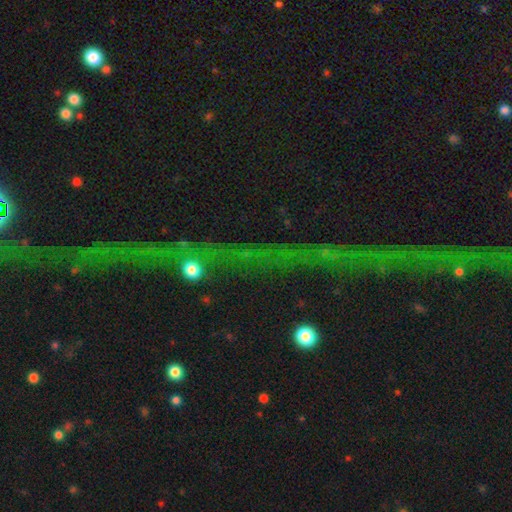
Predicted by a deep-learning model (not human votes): Smooth or featured? Predicted: star or artifact (p=0.78).